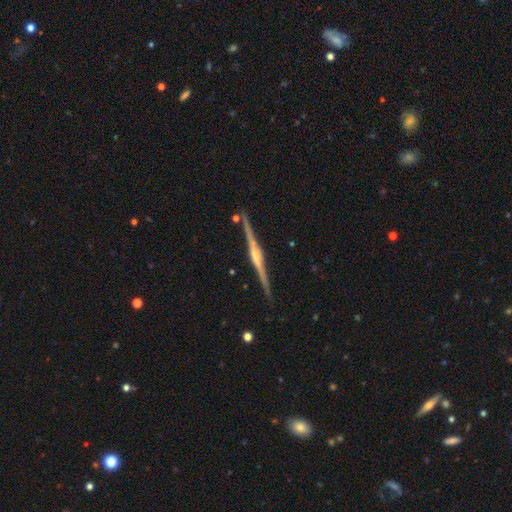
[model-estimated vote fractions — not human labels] Smooth or featured: featured or disk — 84% (smooth — 10%)
Edge-on disk: yes — 98% (no — 2%)
Edge-on bulge: rounded — 66% (boxy — 22%)
Merging: none — 89% (minor disturbance — 8%)